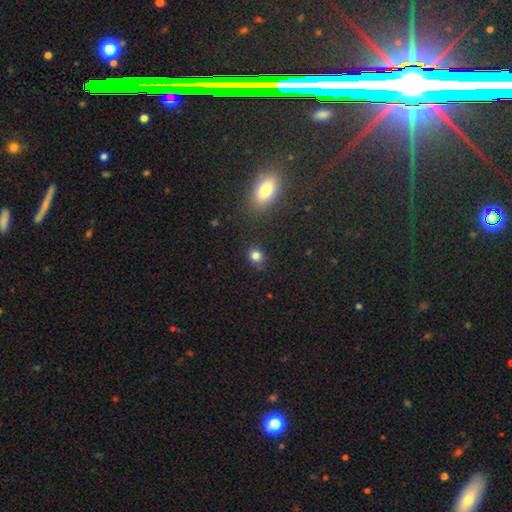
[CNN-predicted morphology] Q: Smooth or featured?
A: smooth (82%); runner-up: star or artifact (13%)
Q: How rounded?
A: round (70%); runner-up: in between (28%)
Q: Merging?
A: none (77%); runner-up: minor disturbance (16%)